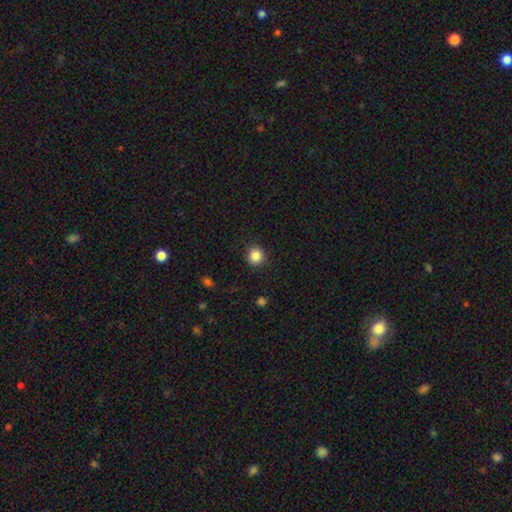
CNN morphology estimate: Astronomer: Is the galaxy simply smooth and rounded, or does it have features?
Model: smooth — 85%.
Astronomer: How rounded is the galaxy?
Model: round — 92%.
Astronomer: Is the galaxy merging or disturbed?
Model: none — 91%.